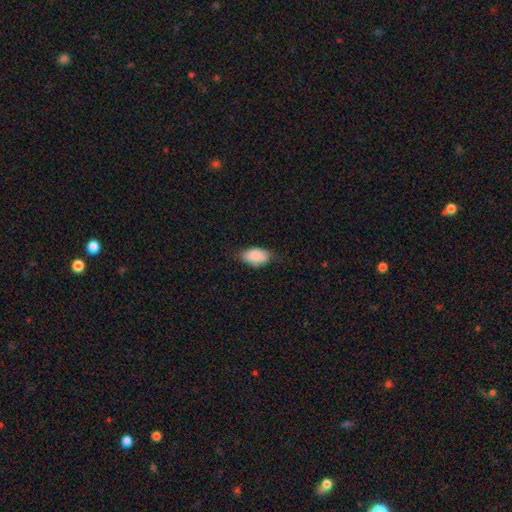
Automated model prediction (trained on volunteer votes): The model was most divided on "merging": none: 67%, minor disturbance: 26%, major disturbance: 5%, merger: 1%. More confident: how rounded — in between (92%); smooth or featured — smooth (87%).